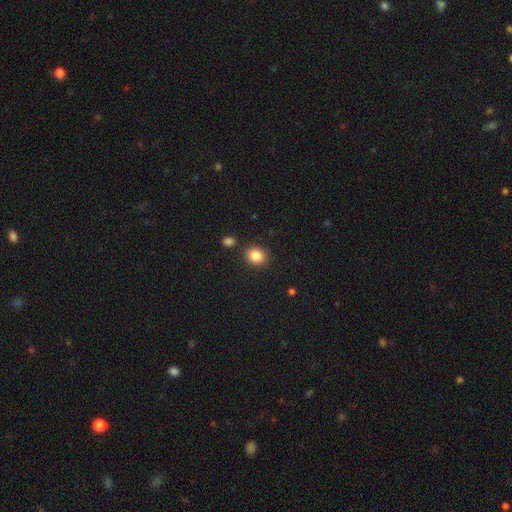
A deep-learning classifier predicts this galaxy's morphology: The model was most divided on "how rounded": round: 71%, in between: 28%, cigar-shaped: 1%. More confident: smooth or featured — smooth (86%); merging — none (86%).